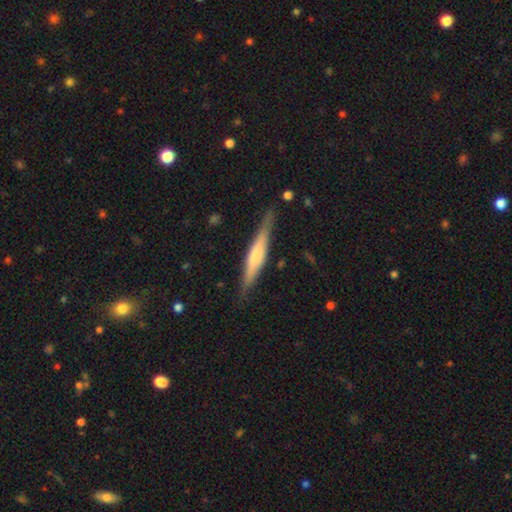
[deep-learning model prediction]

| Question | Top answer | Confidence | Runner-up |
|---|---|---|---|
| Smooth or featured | featured or disk | 56% | smooth (38%) |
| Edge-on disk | yes | 96% | no (4%) |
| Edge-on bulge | rounded | 42% | boxy (35%) |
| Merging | none | 85% | minor disturbance (12%) |